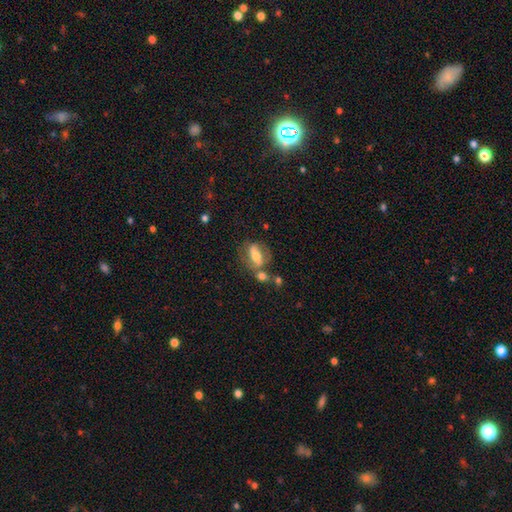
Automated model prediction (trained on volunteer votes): smooth-or-featured: smooth: 52% | featured or disk: 39% | star or artifact: 9%
  how-rounded: in between: 73% | cigar-shaped: 15% | round: 11%
  merging: none: 46% | merger: 24% | minor disturbance: 18% | major disturbance: 12%